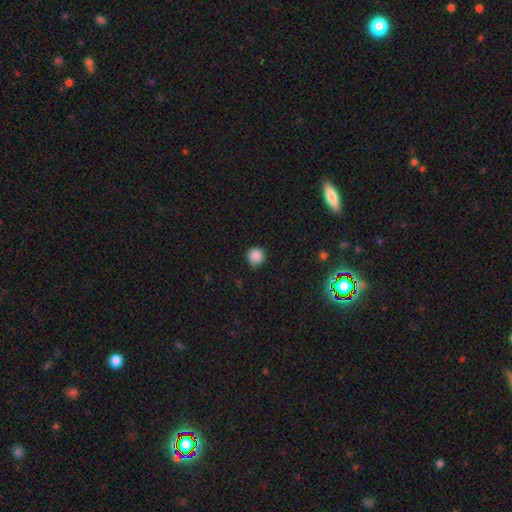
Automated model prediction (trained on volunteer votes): smooth_or_featured: smooth (p=0.87) [alt: star or artifact p=0.10]
how_rounded: round (p=0.95) [alt: in between p=0.04]
merging: none (p=0.87) [alt: minor disturbance p=0.10]